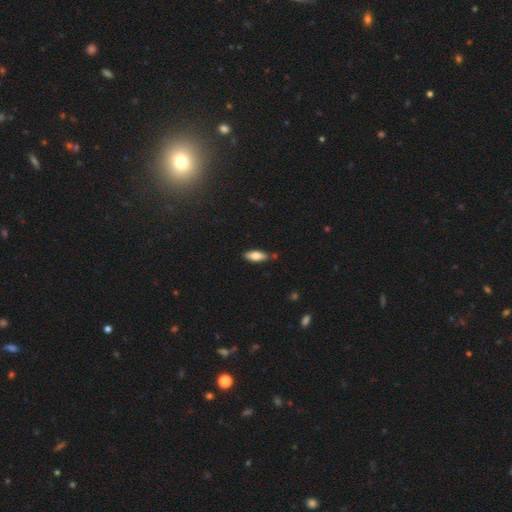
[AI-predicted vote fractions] Smooth or featured? smooth (72%)
How rounded? in between (71%)
Merging? none (79%)